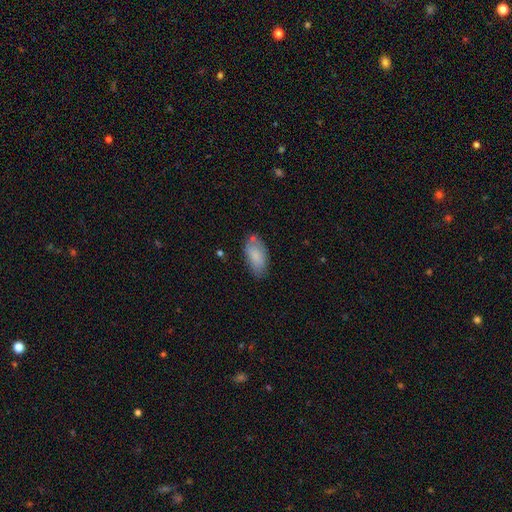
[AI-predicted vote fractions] smooth_or_featured: smooth (p=0.80) [alt: featured or disk p=0.13]
how_rounded: in between (p=0.91) [alt: cigar-shaped p=0.07]
merging: none (p=0.68) [alt: minor disturbance p=0.23]